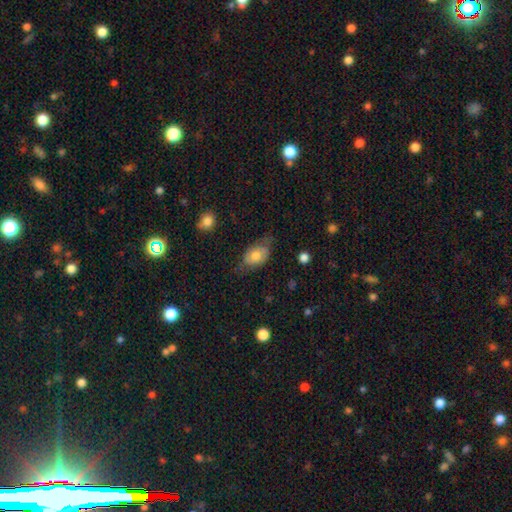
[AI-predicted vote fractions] Smooth or featured? smooth (66%)
How rounded? in between (87%)
Merging? none (54%)